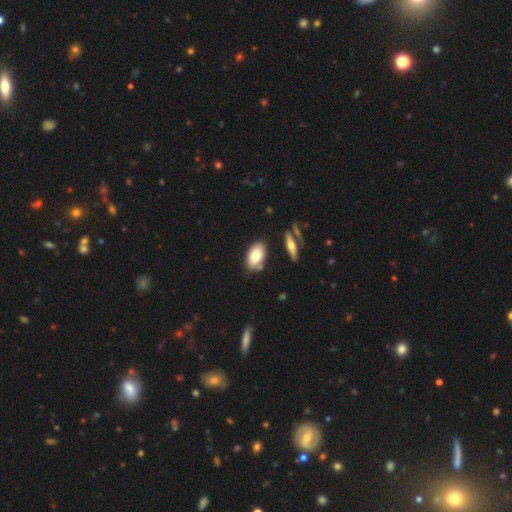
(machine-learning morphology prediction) A smooth galaxy with no disk features (76%) that is in between round and cigar-shaped (92%). Merging: none (76%).